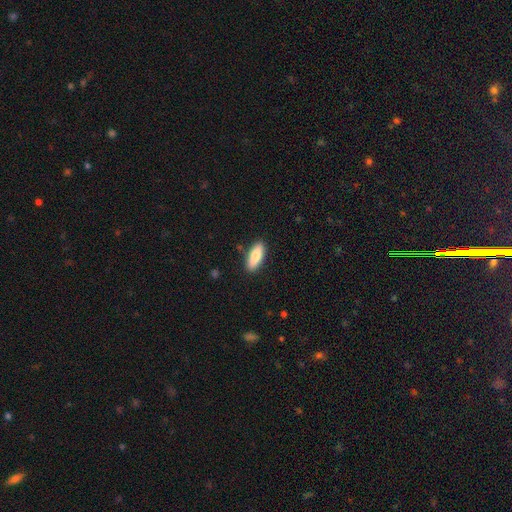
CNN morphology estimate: Q: Smooth or featured?
A: smooth (79%); runner-up: featured or disk (15%)
Q: How rounded?
A: in between (70%); runner-up: cigar-shaped (28%)
Q: Merging?
A: none (86%); runner-up: minor disturbance (10%)